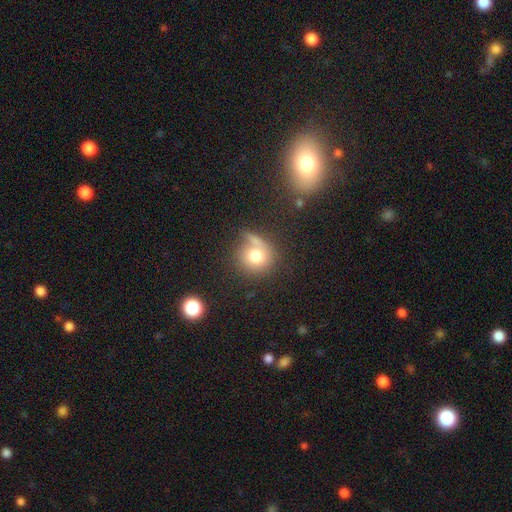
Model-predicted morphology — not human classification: smooth_or_featured: smooth (p=0.74) [alt: featured or disk p=0.16]
how_rounded: round (p=0.85) [alt: in between p=0.14]
merging: none (p=0.48) [alt: merger p=0.24]